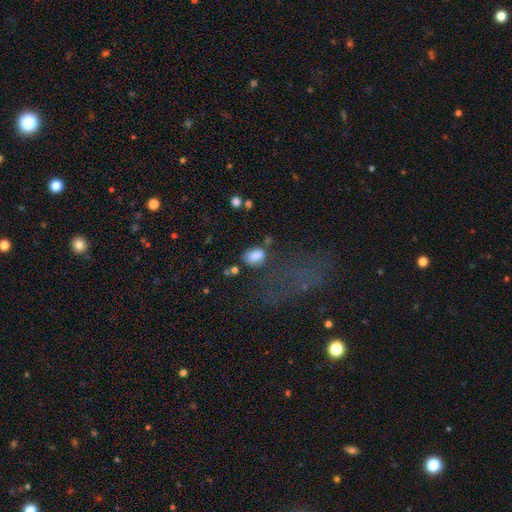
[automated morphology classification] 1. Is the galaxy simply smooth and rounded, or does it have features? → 78% smooth, 11% featured or disk, 10% star or artifact.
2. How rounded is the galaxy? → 82% in between, 16% round, 2% cigar-shaped.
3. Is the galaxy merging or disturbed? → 51% none, 22% minor disturbance, 14% major disturbance, 12% merger.